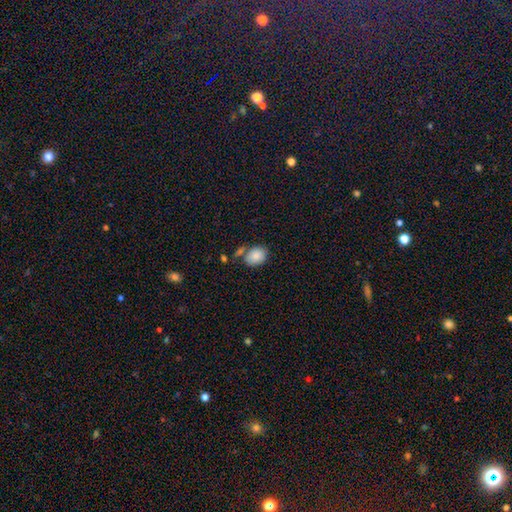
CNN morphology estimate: This is clearly a smooth galaxy (86%). How rounded: likely in between (65%). Merging: likely none (62%).